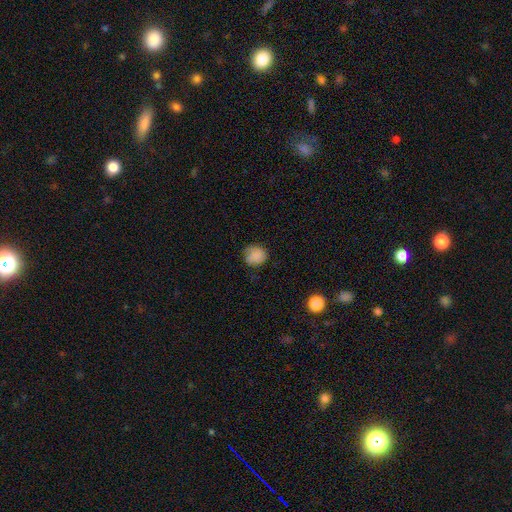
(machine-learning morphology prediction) smooth-or-featured: smooth: 82% | featured or disk: 9% | star or artifact: 9%
  how-rounded: round: 75% | in between: 24% | cigar-shaped: 1%
  merging: none: 65% | minor disturbance: 25% | major disturbance: 8% | merger: 1%